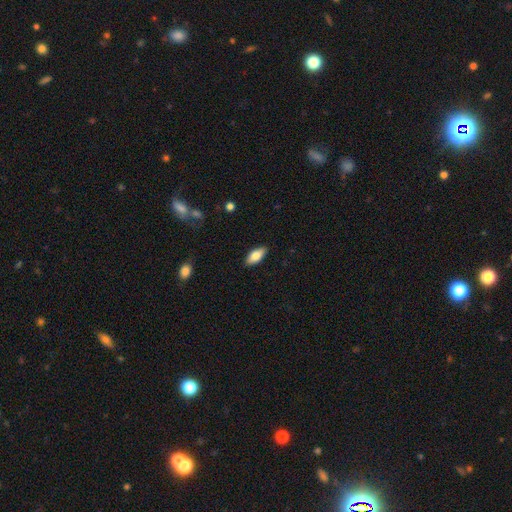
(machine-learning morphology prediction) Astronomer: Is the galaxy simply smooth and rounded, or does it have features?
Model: smooth — 77%.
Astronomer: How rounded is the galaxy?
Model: in between — 85%.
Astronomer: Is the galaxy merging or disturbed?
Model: none — 89%.